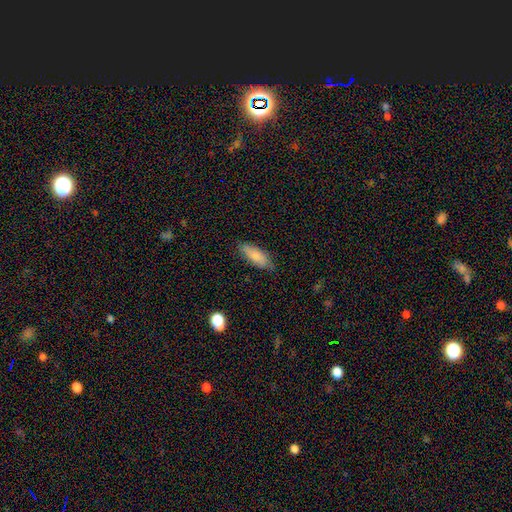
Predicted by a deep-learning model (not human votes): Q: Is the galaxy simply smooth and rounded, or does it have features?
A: smooth — 80%.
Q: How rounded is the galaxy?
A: in between — 64%.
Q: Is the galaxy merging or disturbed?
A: none — 79%.